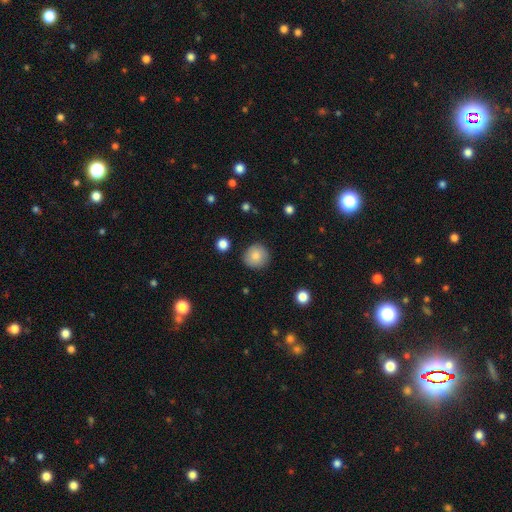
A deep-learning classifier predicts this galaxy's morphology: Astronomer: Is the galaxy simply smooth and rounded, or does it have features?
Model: smooth — 84%.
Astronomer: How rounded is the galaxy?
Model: round — 93%.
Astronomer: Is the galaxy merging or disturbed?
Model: none — 88%.